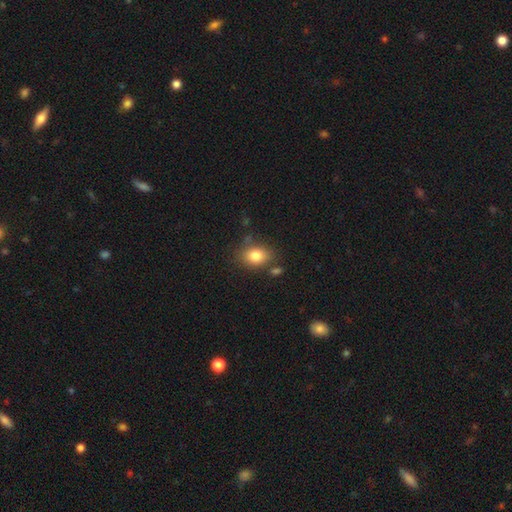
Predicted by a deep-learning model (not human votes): A smooth galaxy with no disk features (81%) that is in between round and cigar-shaped (65%).

Vote fractions:
- Smooth or featured? smooth: 81% / star or artifact: 10% / featured or disk: 9%
- How rounded? in between: 65% / round: 34% / cigar-shaped: 1%
- Merging? none: 71% / minor disturbance: 16% / merger: 8% / major disturbance: 5%